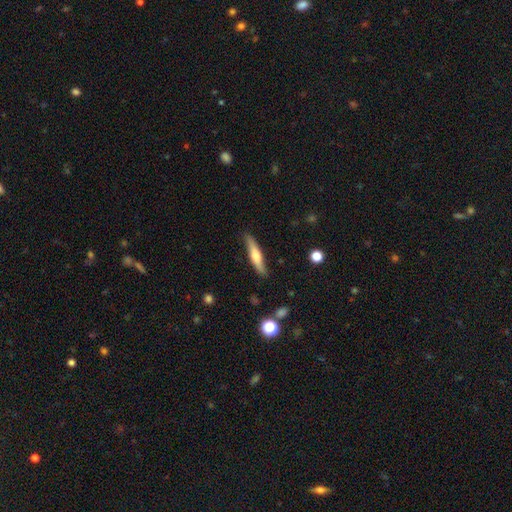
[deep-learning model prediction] smooth_or_featured: smooth (p=0.49) [alt: featured or disk p=0.45]
merging: none (p=0.85) [alt: minor disturbance p=0.11]